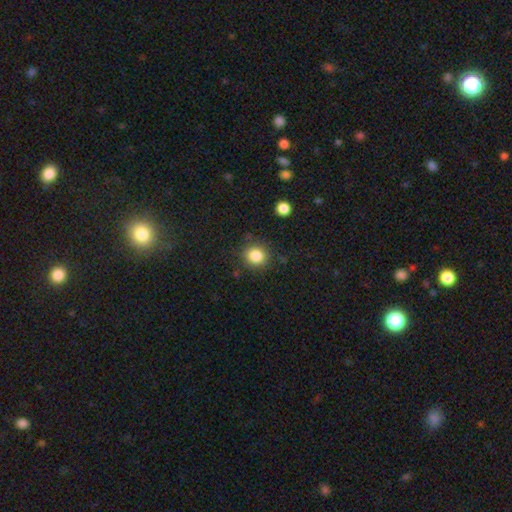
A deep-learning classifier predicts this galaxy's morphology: type=smooth (84%); roundness=round (88%); merging=none (86%).